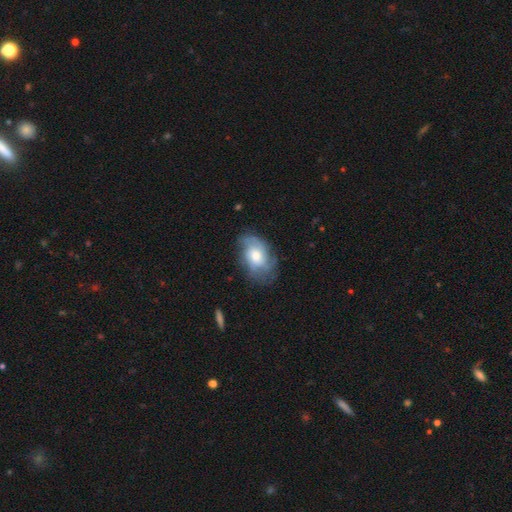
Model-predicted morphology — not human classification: smooth-or-featured: featured or disk: 71% | smooth: 22% | star or artifact: 7%
  disk-edge-on: no: 96% | yes: 4%
    bar: no: 72% | weak: 25% | strong: 4%
    has-spiral-arms: yes: 90% | no: 10%
      spiral-winding: tight: 45% | medium: 38% | loose: 17%
      spiral-arm-count: can't tell: 37% | 3: 24% | 2: 19% | 4: 9% | 1: 6% | more than 4: 5%
    bulge-size: moderate: 64% | large: 19% | small: 14% | none: 2% | dominant: 1%
  merging: none: 68% | minor disturbance: 22% | major disturbance: 10% | merger: 1%